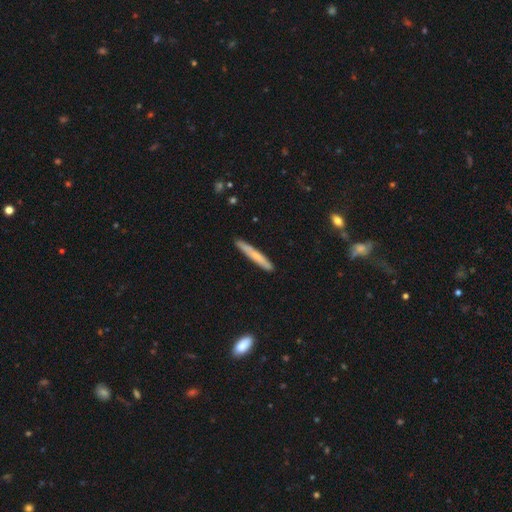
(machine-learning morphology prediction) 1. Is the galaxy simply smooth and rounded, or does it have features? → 61% smooth, 33% featured or disk, 6% star or artifact.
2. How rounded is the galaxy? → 96% cigar-shaped, 3% in between, 1% round.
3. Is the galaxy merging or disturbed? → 88% none, 9% minor disturbance, 1% major disturbance, 1% merger.